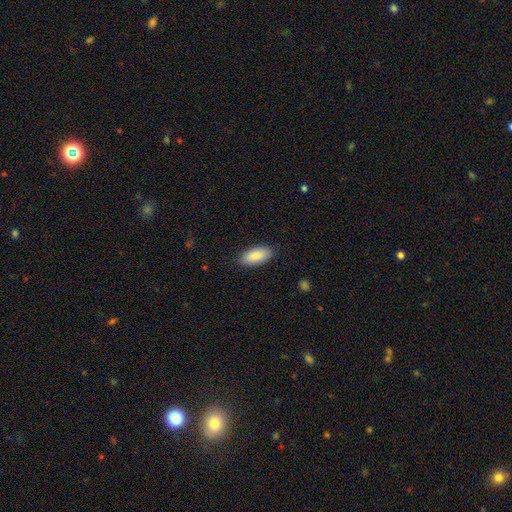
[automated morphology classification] Q: Smooth or featured?
A: smooth (88%); runner-up: featured or disk (6%)
Q: How rounded?
A: in between (90%); runner-up: cigar-shaped (8%)
Q: Merging?
A: none (87%); runner-up: minor disturbance (10%)